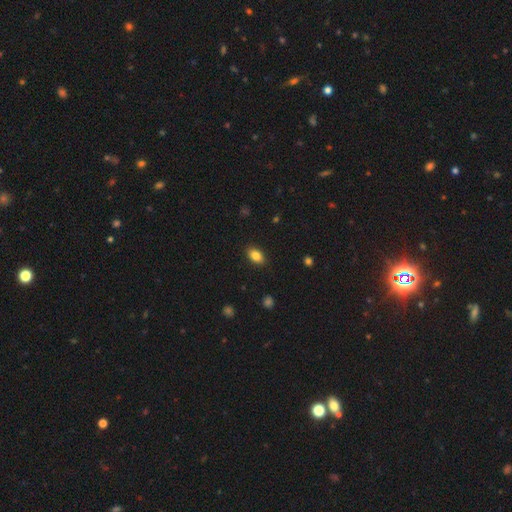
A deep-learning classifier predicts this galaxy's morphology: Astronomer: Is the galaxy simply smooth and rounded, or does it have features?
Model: smooth — 85%.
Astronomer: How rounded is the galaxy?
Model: in between — 87%.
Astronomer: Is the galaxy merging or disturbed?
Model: none — 88%.